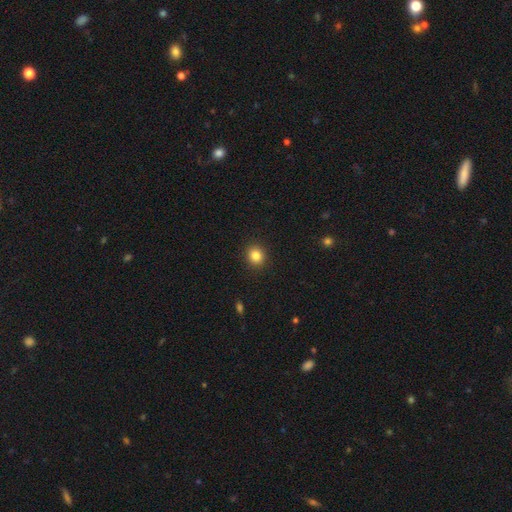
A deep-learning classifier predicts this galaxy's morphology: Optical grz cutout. It shows a smooth galaxy with no disk features (84%) that is round (87%). Merging: none (92%).